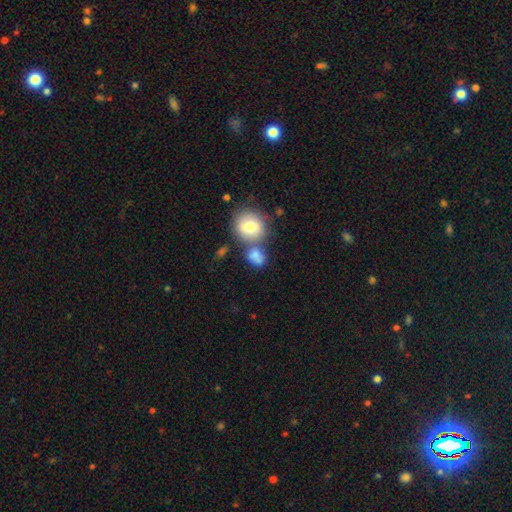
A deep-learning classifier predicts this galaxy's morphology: Smooth or featured: smooth — 78% (featured or disk — 12%)
How rounded: round — 57% (in between — 41%)
Merging: merger — 41% (none — 40%)